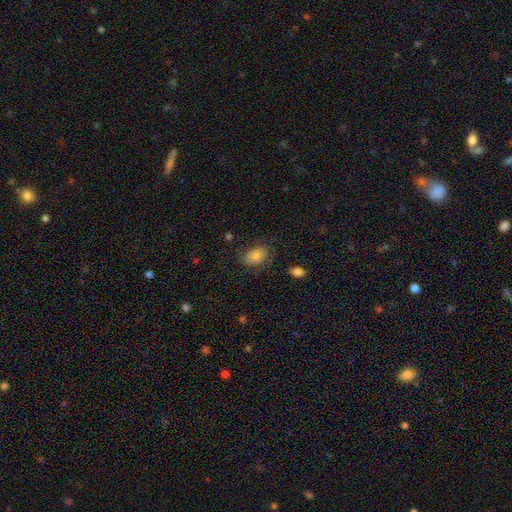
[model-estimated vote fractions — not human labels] The model was most divided on "merging": none: 65%, minor disturbance: 24%, major disturbance: 9%, merger: 2%. More confident: how rounded — in between (80%); smooth or featured — smooth (70%).